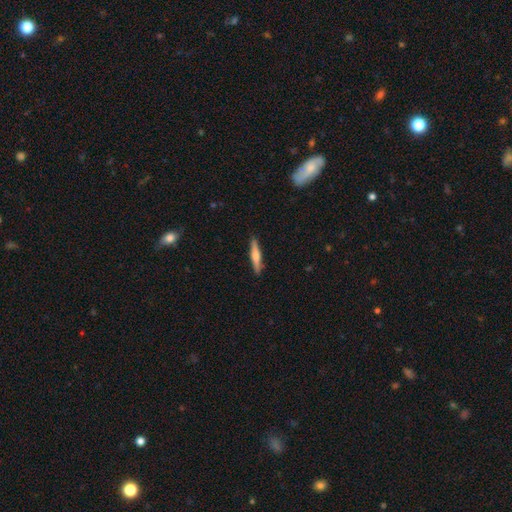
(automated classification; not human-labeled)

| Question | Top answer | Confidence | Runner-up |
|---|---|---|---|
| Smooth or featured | smooth | 53% | featured or disk (42%) |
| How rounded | cigar-shaped | 90% | in between (9%) |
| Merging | none | 90% | minor disturbance (7%) |